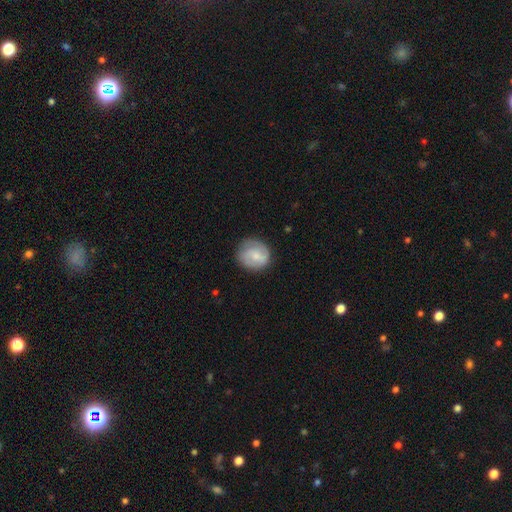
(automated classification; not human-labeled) Smooth or featured: smooth — 58% (featured or disk — 36%)
How rounded: round — 81% (in between — 18%)
Merging: none — 73% (minor disturbance — 19%)